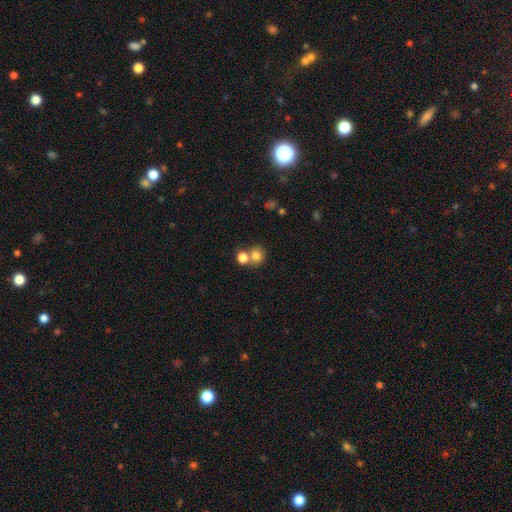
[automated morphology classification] Smooth or featured? Predicted: smooth (p=0.78). How rounded? Predicted: round (p=0.85). Merging? Predicted: none (p=0.50).